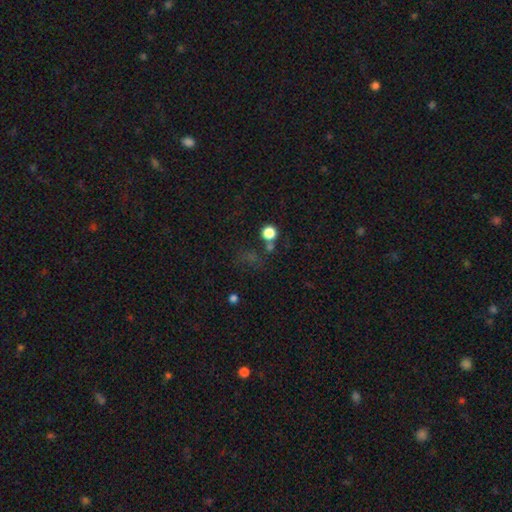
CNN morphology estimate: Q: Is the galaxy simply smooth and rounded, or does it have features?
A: star or artifact — 54%.